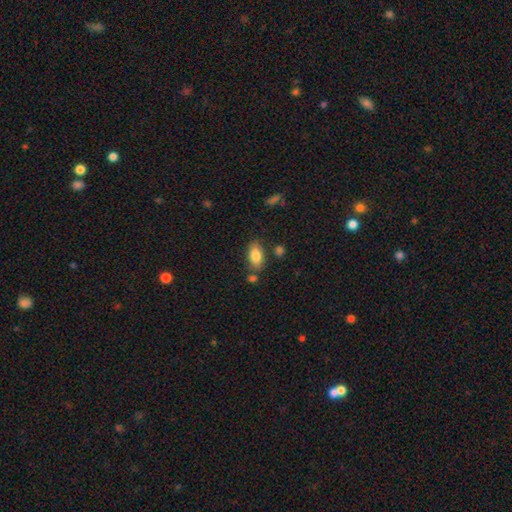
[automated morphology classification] Q: Smooth or featured?
A: smooth (84%); runner-up: featured or disk (9%)
Q: How rounded?
A: in between (91%); runner-up: round (5%)
Q: Merging?
A: none (74%); runner-up: minor disturbance (14%)